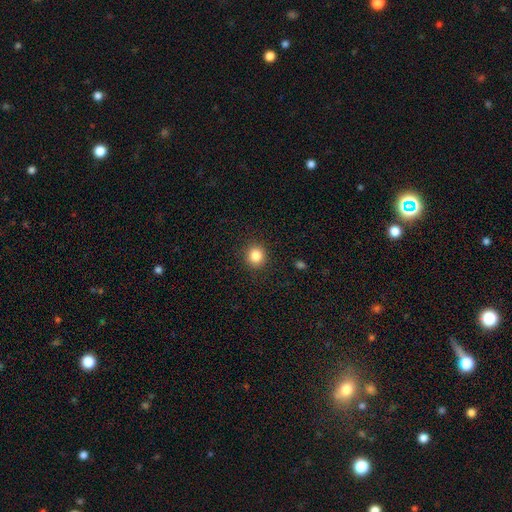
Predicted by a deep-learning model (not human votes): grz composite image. It shows a smooth galaxy with no disk features (84%) that is round (88%). Merging: none (90%).